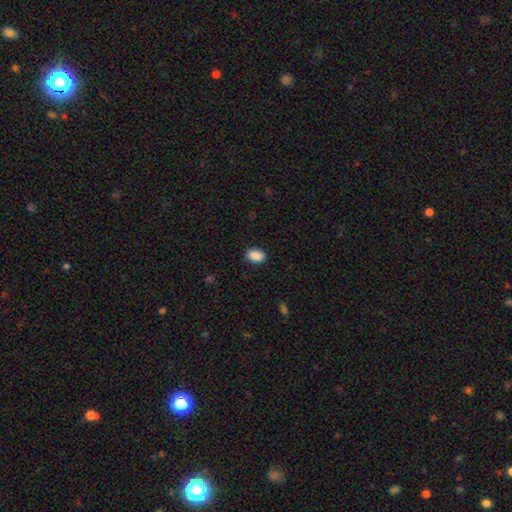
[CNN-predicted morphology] smooth-or-featured: smooth: 89% | star or artifact: 7% | featured or disk: 3%
  how-rounded: in between: 87% | round: 11% | cigar-shaped: 1%
  merging: none: 89% | minor disturbance: 8% | major disturbance: 2% | merger: 1%